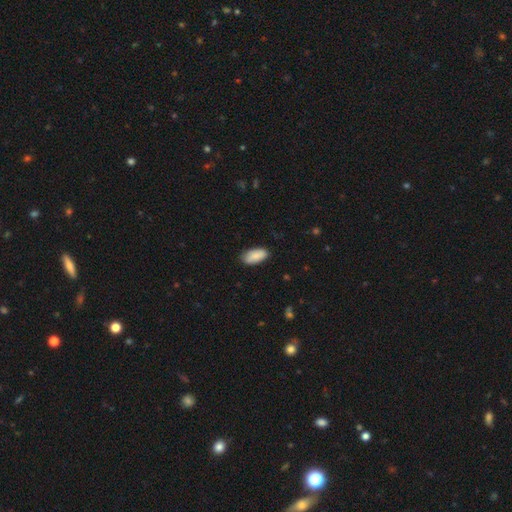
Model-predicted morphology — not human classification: Smooth or featured? Predicted: smooth (p=0.87). How rounded? Predicted: in between (p=0.93). Merging? Predicted: none (p=0.84).